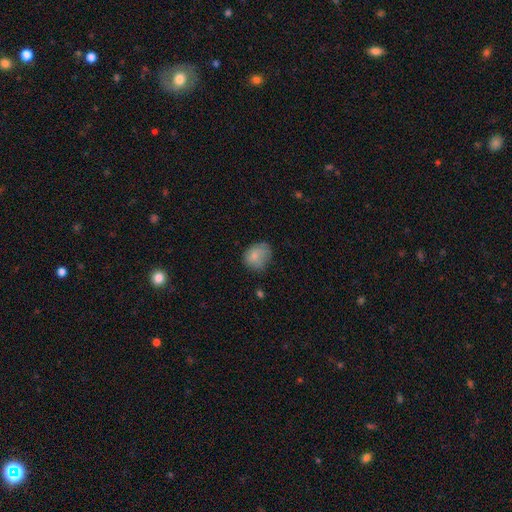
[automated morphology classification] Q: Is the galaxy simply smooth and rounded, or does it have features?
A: smooth — 80%.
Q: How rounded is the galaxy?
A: round — 57%.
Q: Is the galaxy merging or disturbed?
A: none — 57%.